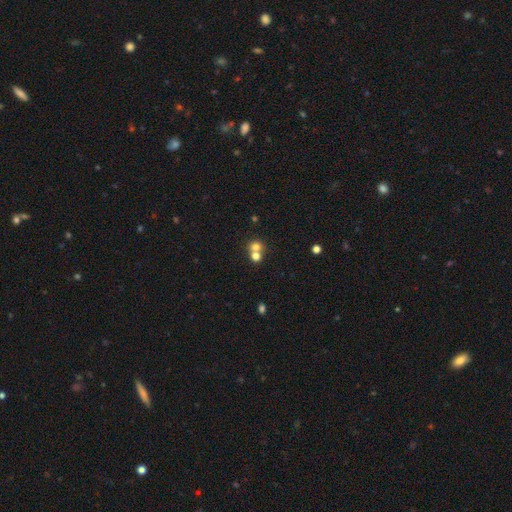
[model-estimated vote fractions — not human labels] Smooth or featured? smooth (72%)
How rounded? round (80%)
Merging? merger (55%)